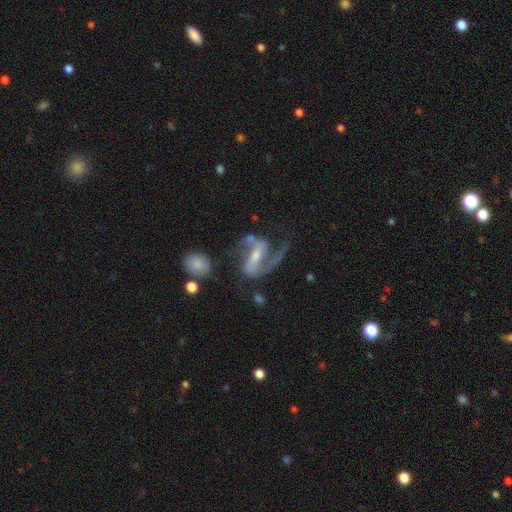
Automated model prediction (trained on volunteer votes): This appears to be a featured or disk galaxy (85%) with a strong bar (56%), 2 (63%) medium (47%) spiral arms (93%) and a small central bulge (43%, tied with moderate). Merging: none (45%).